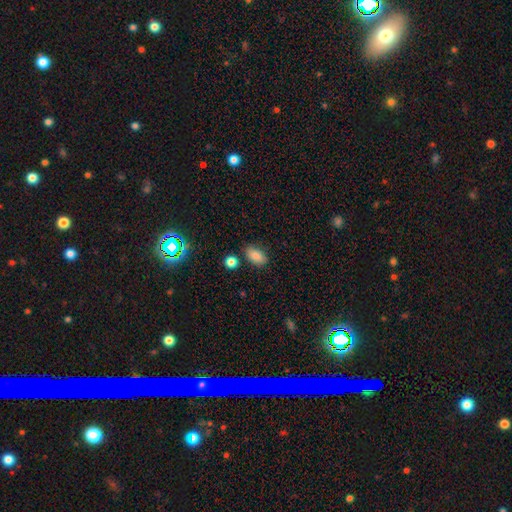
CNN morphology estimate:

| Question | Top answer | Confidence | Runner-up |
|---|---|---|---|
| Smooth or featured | smooth | 84% | star or artifact (10%) |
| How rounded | in between | 90% | round (7%) |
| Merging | none | 81% | minor disturbance (12%) |